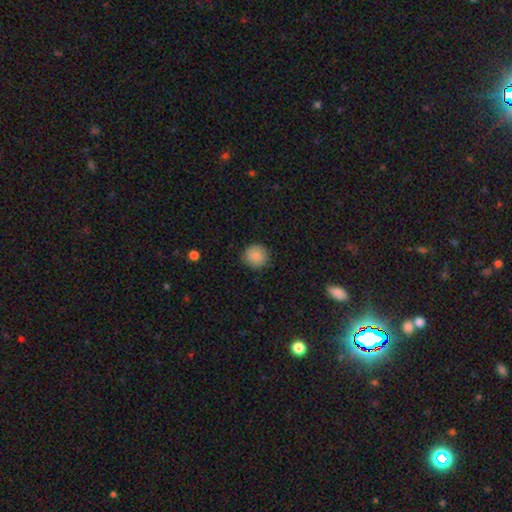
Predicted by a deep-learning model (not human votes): smooth_or_featured: smooth (p=0.86) [alt: star or artifact p=0.09]
how_rounded: round (p=0.93) [alt: in between p=0.06]
merging: none (p=0.88) [alt: minor disturbance p=0.09]